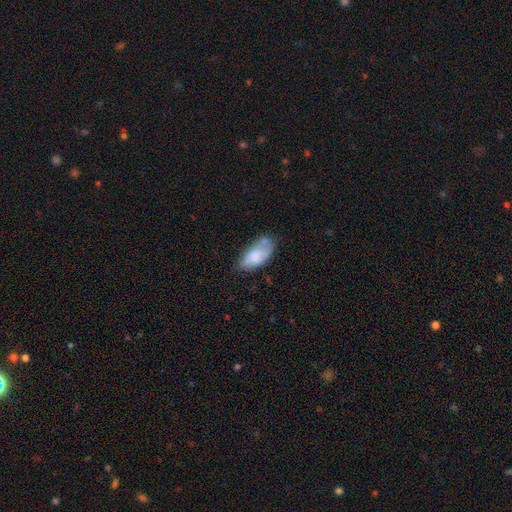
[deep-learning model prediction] The model was most divided on "merging": none: 51%, minor disturbance: 28%, merger: 13%, major disturbance: 8%. More confident: how rounded — in between (92%); smooth or featured — smooth (76%).